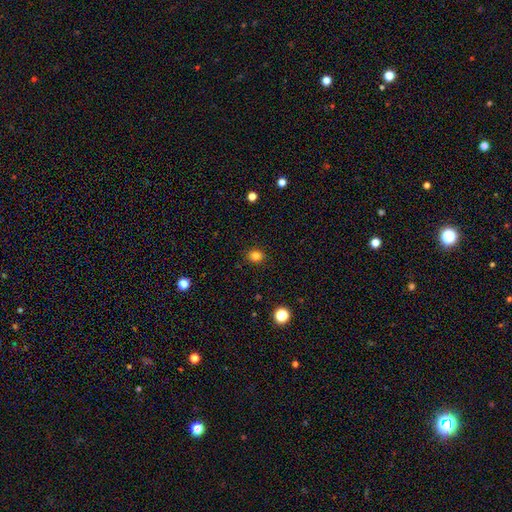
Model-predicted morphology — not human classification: Overall: smooth (83%). How rounded: round (69%; in between 30%). Merging: none (90%).